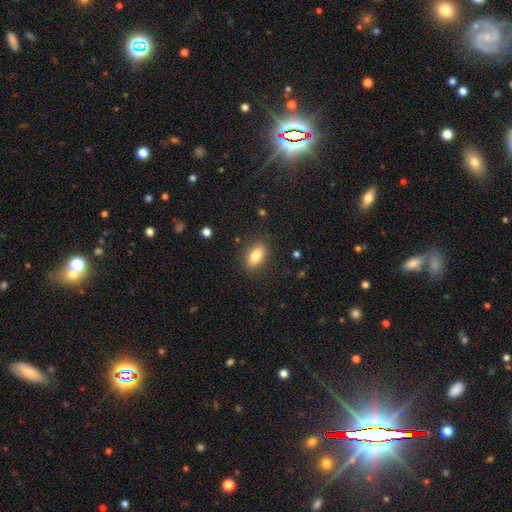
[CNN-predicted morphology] smooth 83%, featured or disk 9%, star or artifact 8%. Down the decision tree: how rounded — in between (85%); merging — none (86%).